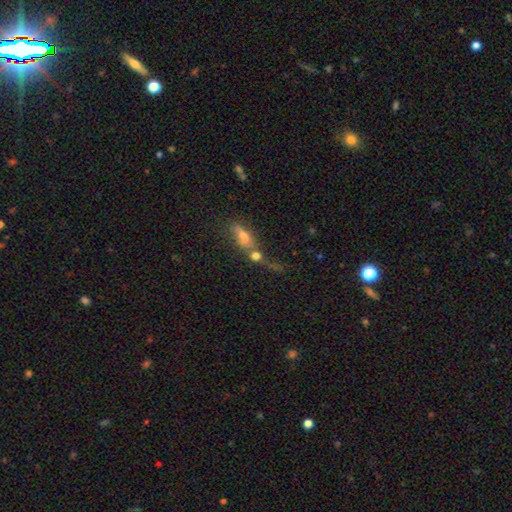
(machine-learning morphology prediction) Q: Smooth or featured?
A: smooth (61%); runner-up: featured or disk (23%)
Q: How rounded?
A: in between (48%); runner-up: cigar-shaped (28%)
Q: Merging?
A: merger (50%); runner-up: none (28%)